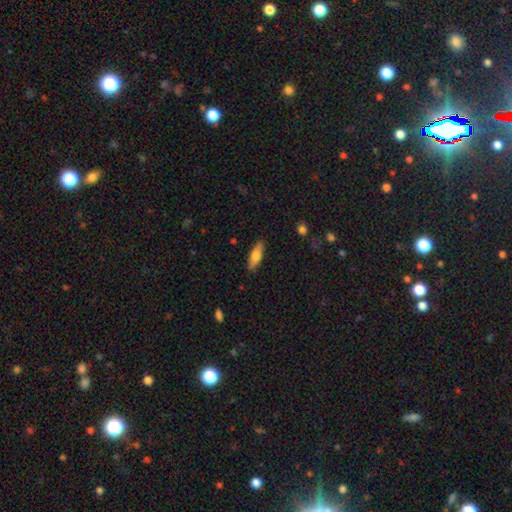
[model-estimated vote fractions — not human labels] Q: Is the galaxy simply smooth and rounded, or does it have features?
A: smooth — 67%.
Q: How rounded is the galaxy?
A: in between — 51%.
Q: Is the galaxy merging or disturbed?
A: none — 87%.